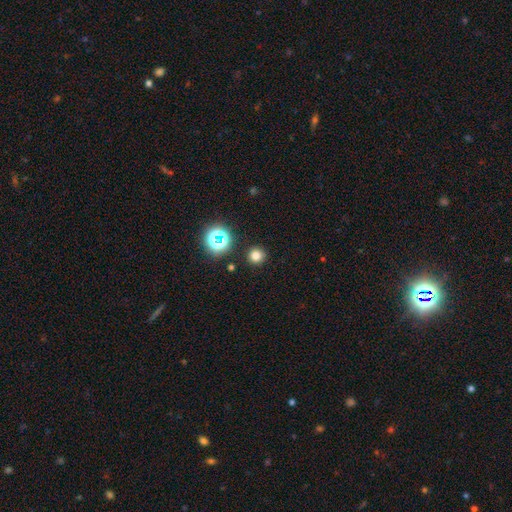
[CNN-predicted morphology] This is likely a smooth galaxy (75%). How rounded: clearly round (94%). Merging: clearly none (91%).